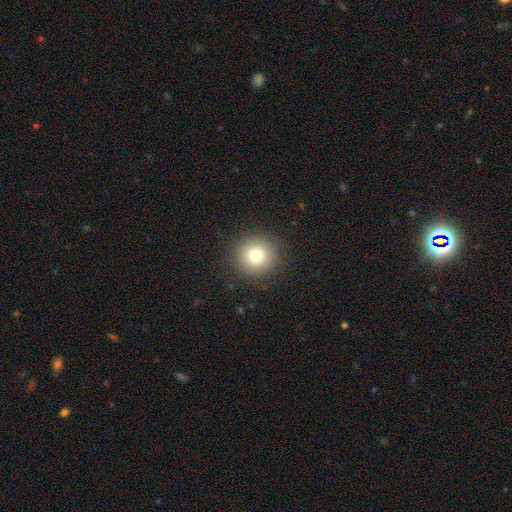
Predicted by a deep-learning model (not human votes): This appears to be a smooth galaxy with no disk features (78%) that is round (95%). Merging: none (91%).